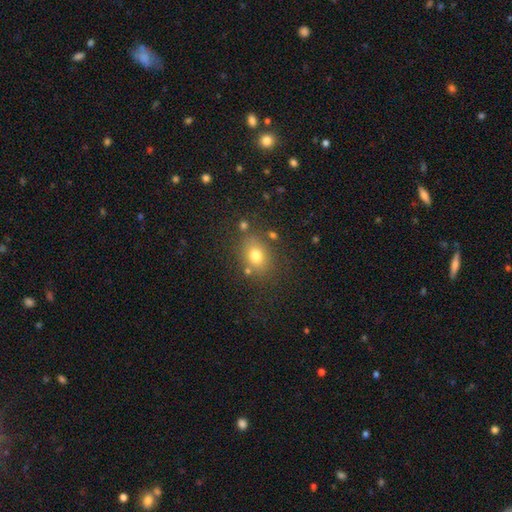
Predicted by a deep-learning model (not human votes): smooth 75%, star or artifact 14%, featured or disk 11%. Down the decision tree: how rounded — in between (56%); merging — none (76%).